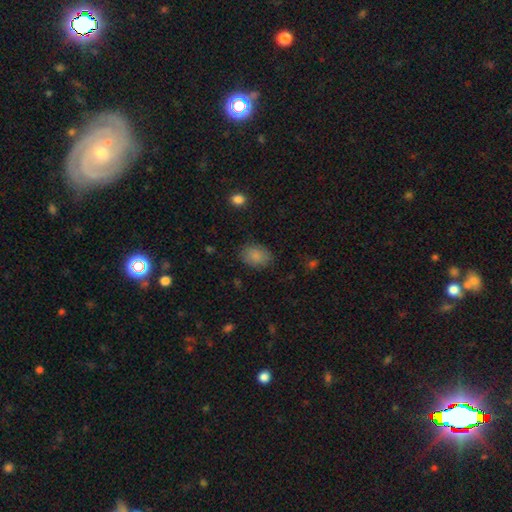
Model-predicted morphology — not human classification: Smooth or featured: smooth — 86% (star or artifact — 8%)
How rounded: in between — 72% (round — 27%)
Merging: none — 82% (minor disturbance — 13%)